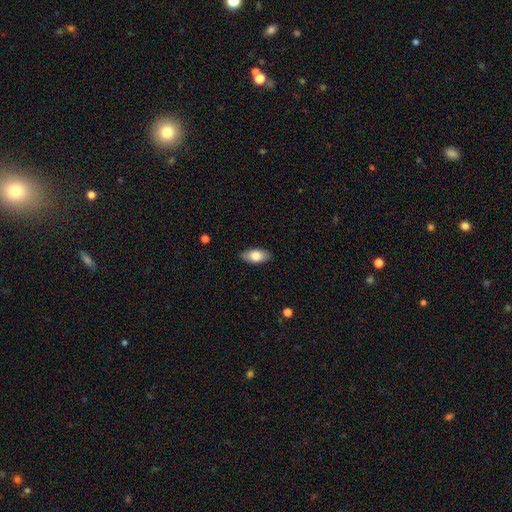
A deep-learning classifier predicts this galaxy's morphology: type=smooth (79%); roundness=in between (90%); merging=none (87%).